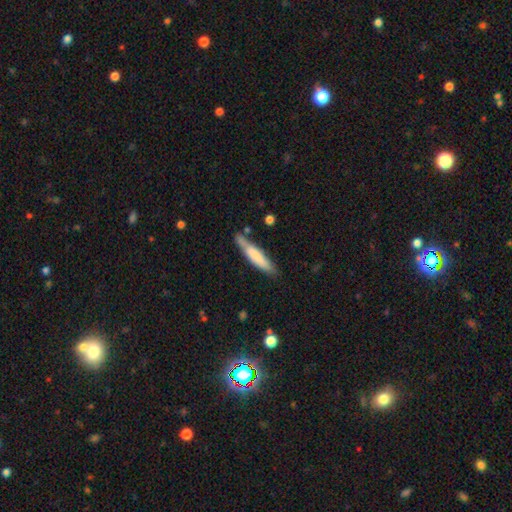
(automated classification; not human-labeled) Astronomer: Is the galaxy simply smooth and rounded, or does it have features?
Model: smooth — 70%.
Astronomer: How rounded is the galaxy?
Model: cigar-shaped — 85%.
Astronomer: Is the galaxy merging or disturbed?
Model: none — 72%.